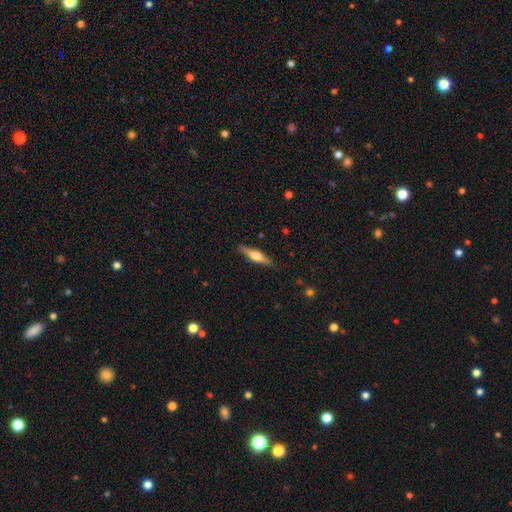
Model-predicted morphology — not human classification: Q: Smooth or featured?
A: featured or disk (54%); runner-up: smooth (40%)
Q: Edge-on disk?
A: yes (95%); runner-up: no (5%)
Q: Edge-on bulge?
A: rounded (88%); runner-up: boxy (8%)
Q: Merging?
A: none (88%); runner-up: minor disturbance (9%)